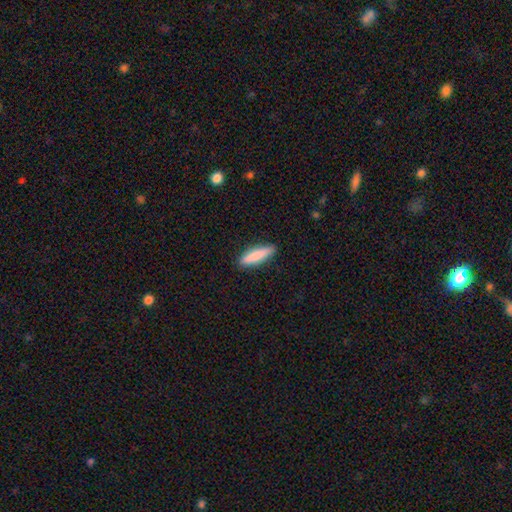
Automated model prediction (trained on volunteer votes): The model was most divided on "how rounded": cigar-shaped: 72%, in between: 26%, round: 2%. More confident: merging — none (89%); smooth or featured — smooth (85%).